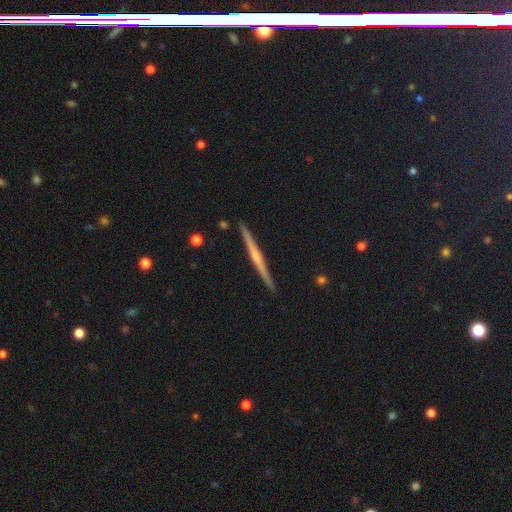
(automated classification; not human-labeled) A featured or disk galaxy (65%) viewed edge-on (97%) with a rounded central bulge (61%). Merging: none (89%).